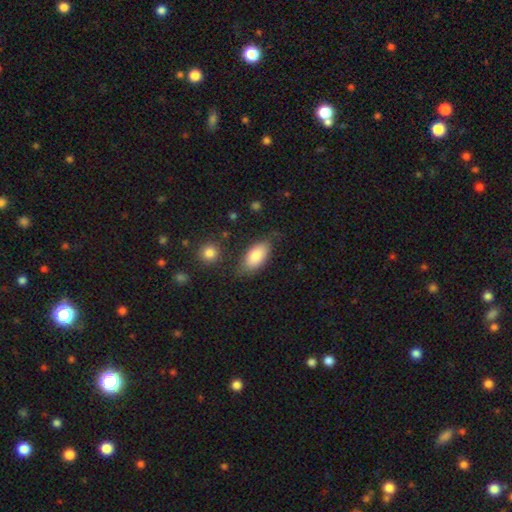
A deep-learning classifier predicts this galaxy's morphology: smooth 84%, featured or disk 10%, star or artifact 6%. Down the decision tree: how rounded — in between (92%); merging — none (69%).